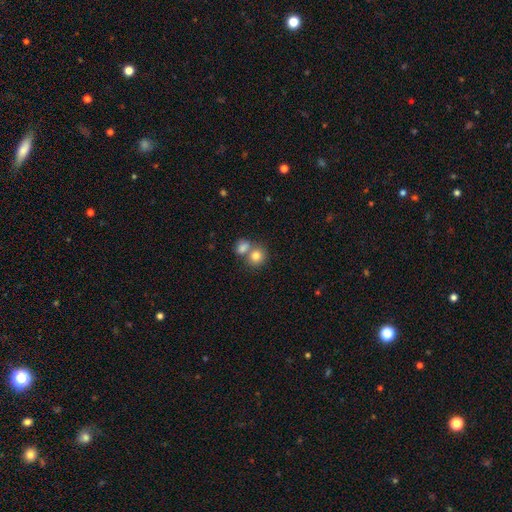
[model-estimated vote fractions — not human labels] Q: Smooth or featured?
A: smooth (80%); runner-up: star or artifact (10%)
Q: How rounded?
A: round (76%); runner-up: in between (23%)
Q: Merging?
A: merger (50%); runner-up: none (41%)